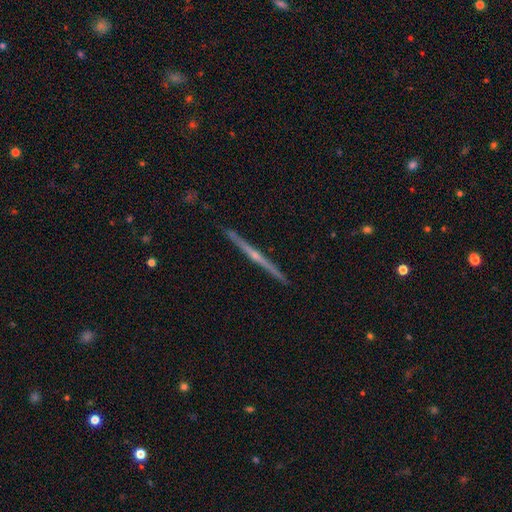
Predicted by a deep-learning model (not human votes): Smooth or featured?
  - featured or disk: 80% *
  - smooth: 14%
  - star or artifact: 6%
Edge-on disk?
  - yes: 98% *
  - no: 2%
Edge-on bulge?
  - rounded: 68% *
  - none: 28%
  - boxy: 5%
Merging?
  - none: 92% *
  - minor disturbance: 5%
  - major disturbance: 1%
  - merger: 1%